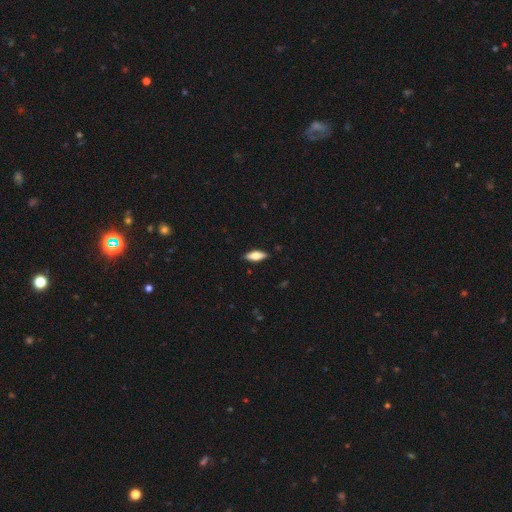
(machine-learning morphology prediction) Smooth or featured? Predicted: smooth (p=0.71). How rounded? Predicted: in between (p=0.69). Merging? Predicted: none (p=0.88).